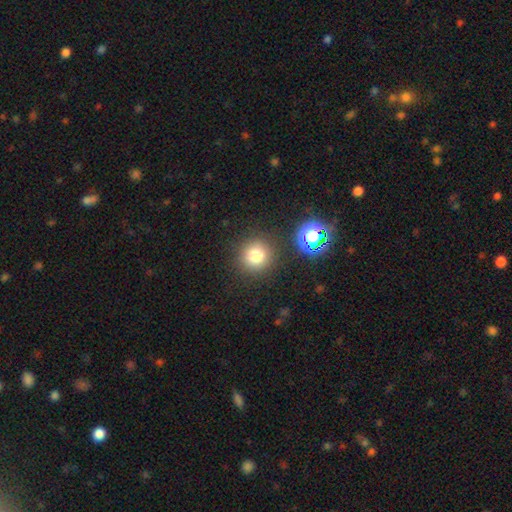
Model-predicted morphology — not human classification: Smooth or featured: smooth — 77% (star or artifact — 16%)
How rounded: round — 93% (in between — 6%)
Merging: none — 86% (minor disturbance — 7%)